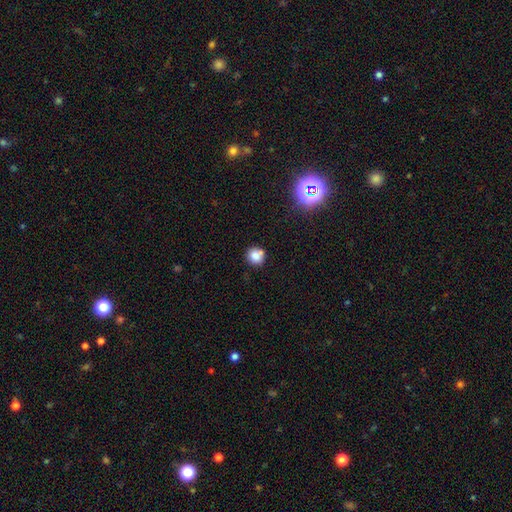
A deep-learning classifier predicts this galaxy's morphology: Overall: smooth (80%). How rounded: round (91%). Merging: none (73%).